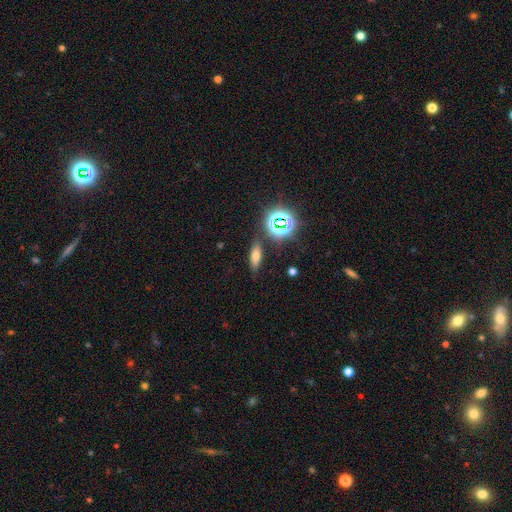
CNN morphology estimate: type=smooth (60%); roundness=in between (55%); merging=none (82%).